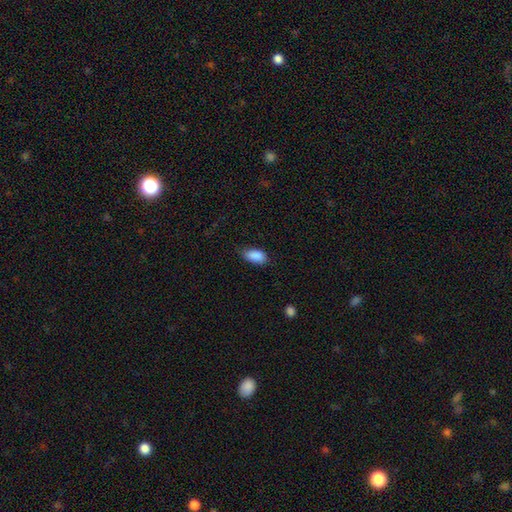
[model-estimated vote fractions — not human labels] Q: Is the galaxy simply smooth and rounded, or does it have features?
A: smooth — 90%.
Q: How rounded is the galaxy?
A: in between — 92%.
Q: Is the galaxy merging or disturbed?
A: none — 73%.